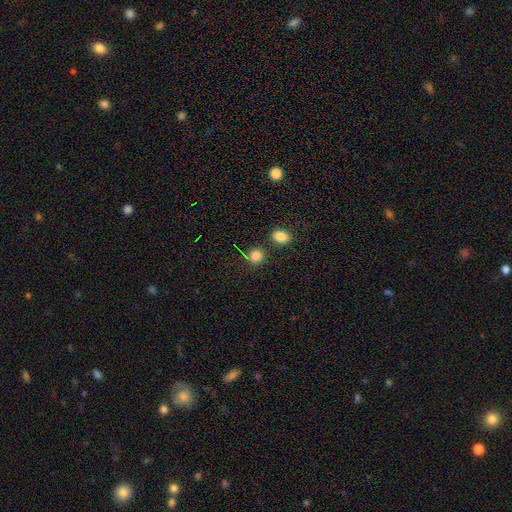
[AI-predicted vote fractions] Q: Smooth or featured?
A: smooth (83%); runner-up: star or artifact (13%)
Q: How rounded?
A: round (86%); runner-up: in between (13%)
Q: Merging?
A: none (74%); runner-up: minor disturbance (12%)